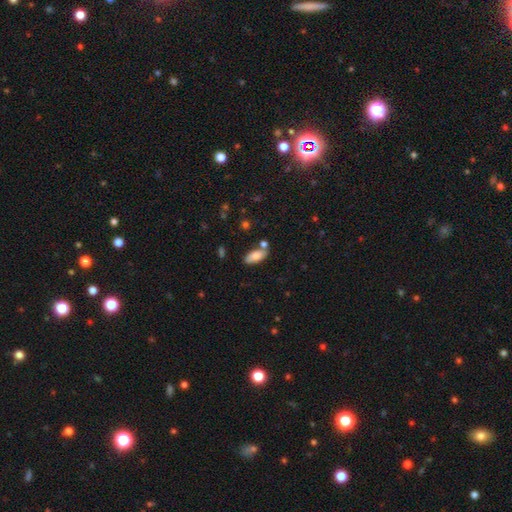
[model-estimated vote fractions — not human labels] This appears to be a smooth galaxy with no disk features (81%) that is in between round and cigar-shaped (88%). Merging: none (71%).